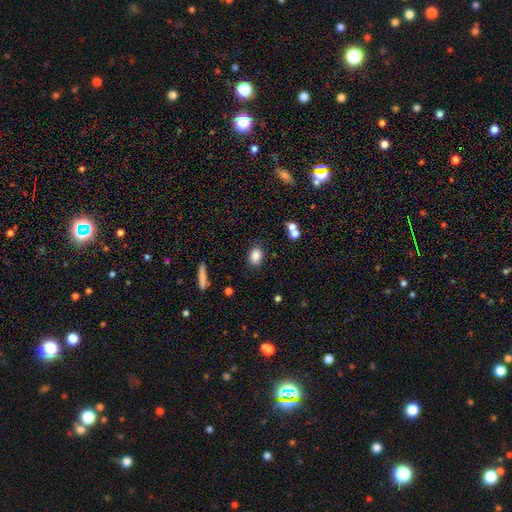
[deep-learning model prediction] smooth 85%, star or artifact 9%, featured or disk 6%. Down the decision tree: how rounded — in between (69%); merging — none (81%).